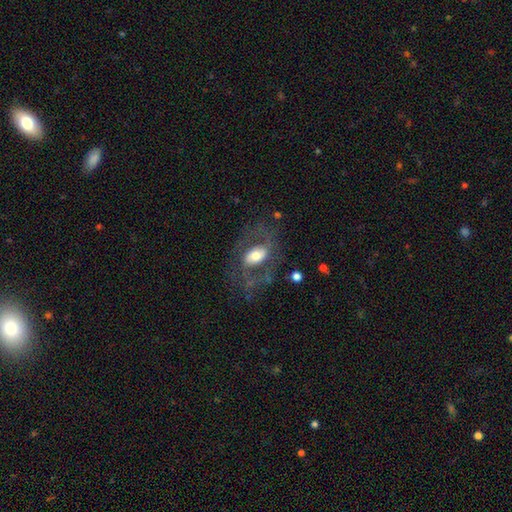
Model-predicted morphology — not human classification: The model was most divided on "smooth or featured": featured or disk: 53%, smooth: 39%, star or artifact: 8%. More confident: edge-on disk — no (93%); merging — none (54%).